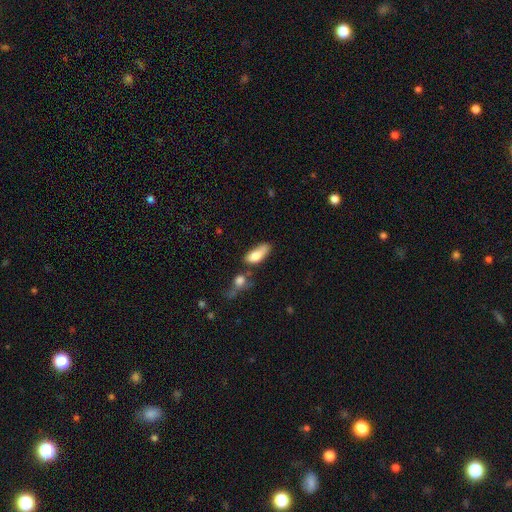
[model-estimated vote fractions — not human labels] smooth 78%, featured or disk 15%, star or artifact 7%. Down the decision tree: how rounded — in between (79%); merging — none (34%).